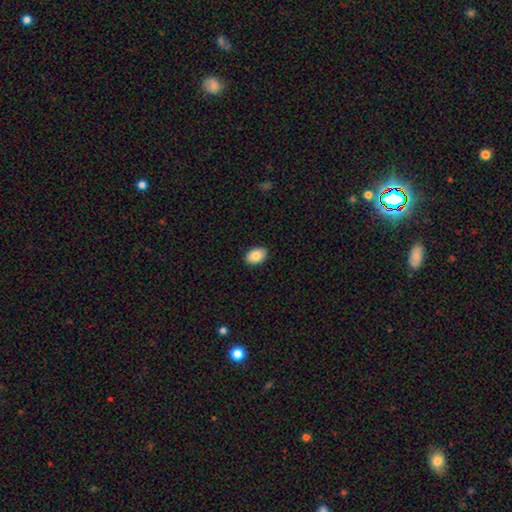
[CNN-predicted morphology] type=smooth (85%); roundness=in between (86%); merging=none (89%).